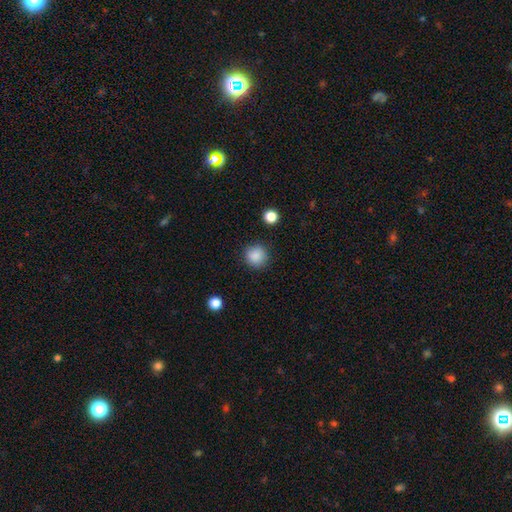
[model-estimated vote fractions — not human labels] A smooth galaxy with no disk features (87%) that is round (93%). Merging: none (88%).